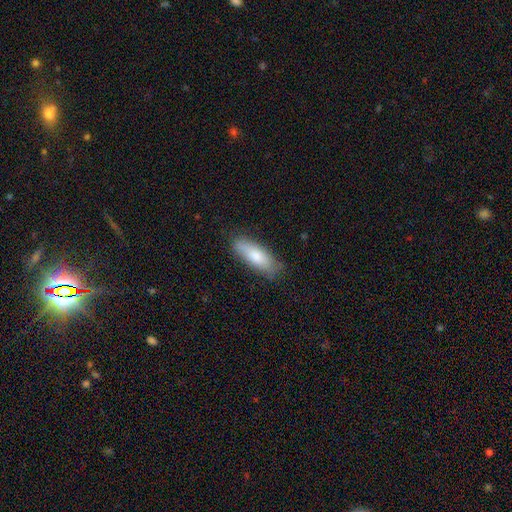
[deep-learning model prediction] A smooth galaxy with no disk features (79%) that is in between round and cigar-shaped (61%).

Vote fractions:
- Smooth or featured? smooth: 79% / featured or disk: 15% / star or artifact: 6%
- How rounded? in between: 61% / cigar-shaped: 38% / round: 2%
- Merging? none: 79% / minor disturbance: 16% / major disturbance: 3% / merger: 1%